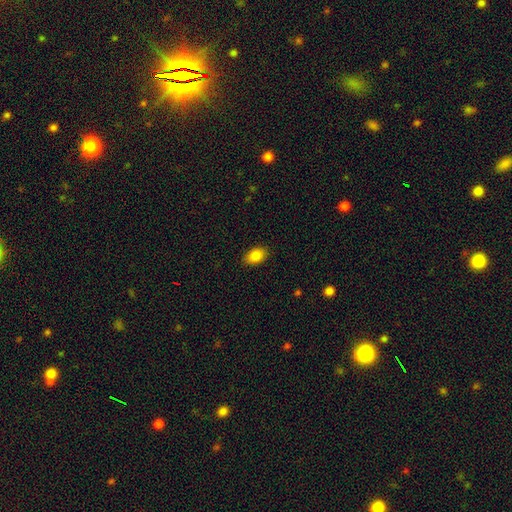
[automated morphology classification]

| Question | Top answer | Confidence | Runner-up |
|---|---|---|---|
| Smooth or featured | smooth | 86% | star or artifact (8%) |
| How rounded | in between | 88% | round (10%) |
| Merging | none | 87% | minor disturbance (10%) |